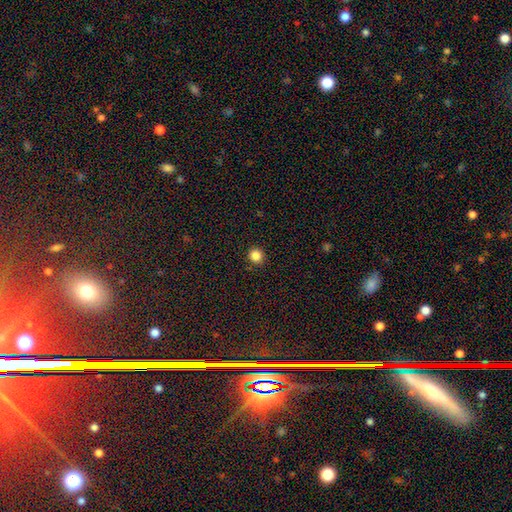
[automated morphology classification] Smooth or featured: smooth — 85% (star or artifact — 11%)
How rounded: round — 90% (in between — 9%)
Merging: none — 92% (minor disturbance — 5%)